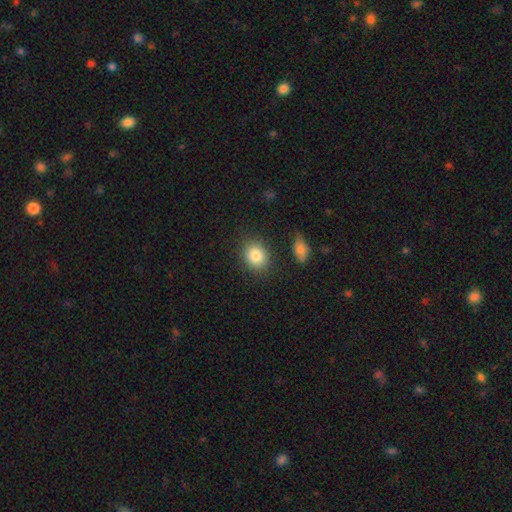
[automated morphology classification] A smooth galaxy with no disk features (84%) that is round (56%). Merging: none (82%).